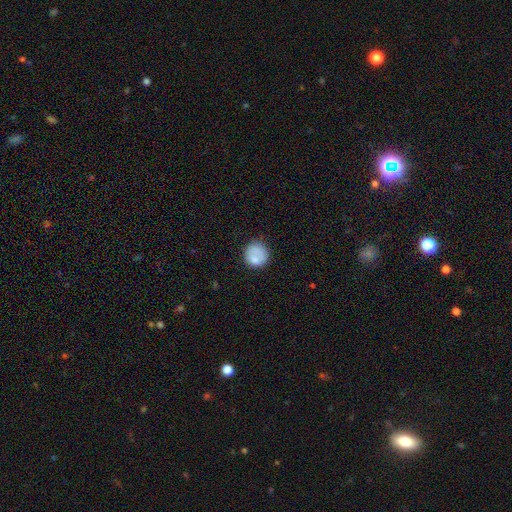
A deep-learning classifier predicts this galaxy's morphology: Smooth or featured?
  - smooth: 77% *
  - featured or disk: 15%
  - star or artifact: 8%
How rounded?
  - round: 88% *
  - in between: 11%
  - cigar-shaped: 1%
Merging?
  - none: 65% *
  - minor disturbance: 20%
  - major disturbance: 8%
  - merger: 6%